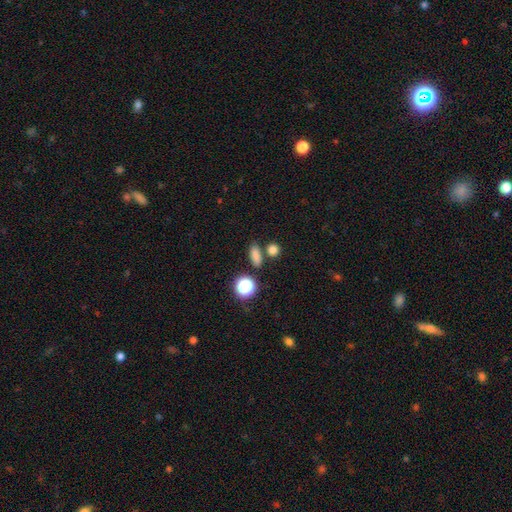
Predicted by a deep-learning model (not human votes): A smooth galaxy with no disk features (80%) that is in between round and cigar-shaped (62%). Merging: none (73%).